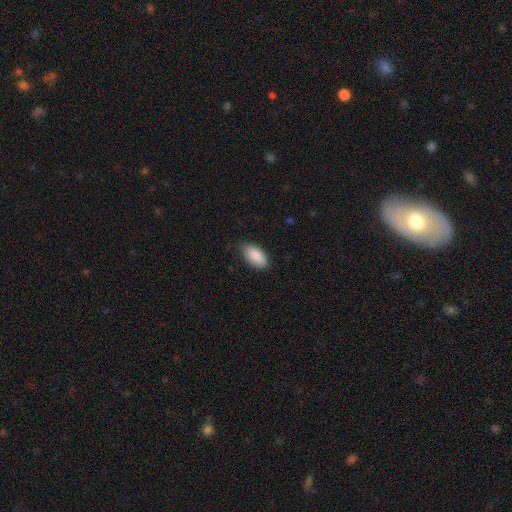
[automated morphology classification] A smooth galaxy with no disk features (88%) that is in between round and cigar-shaped (94%). Merging: none (72%).